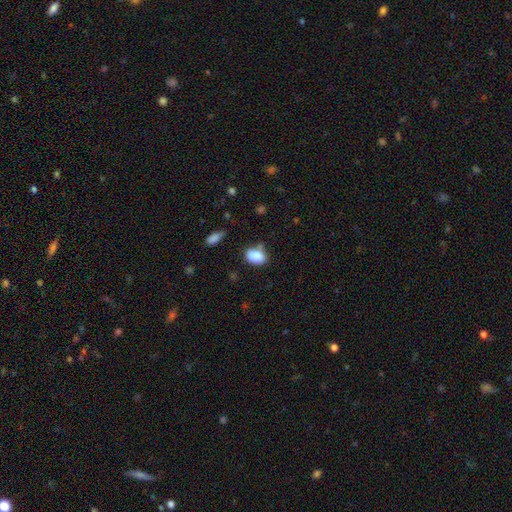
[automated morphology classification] This appears to be a smooth galaxy with no disk features (86%) that is in between round and cigar-shaped (81%). Merging: none (60%).